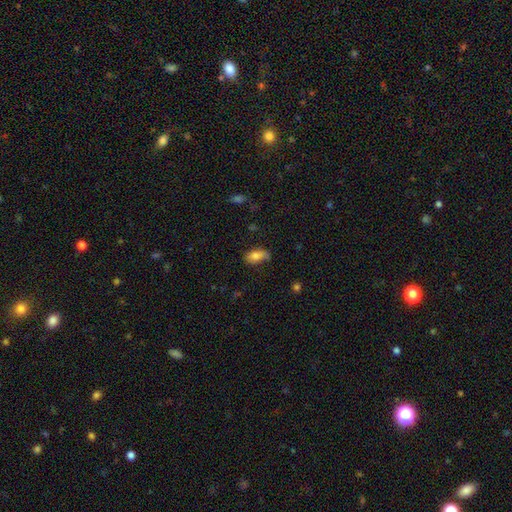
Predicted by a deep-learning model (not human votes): Overall: smooth (76%). How rounded: in between (90%). Merging: none (52%; minor disturbance 34%).